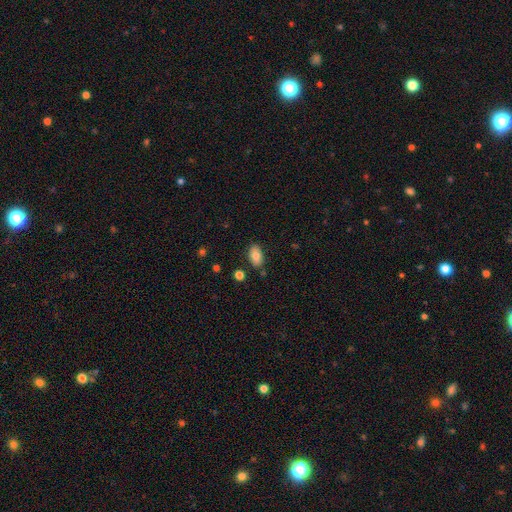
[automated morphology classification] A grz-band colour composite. It shows a smooth galaxy with no disk features (80%) that is in between round and cigar-shaped (92%). Merging: none (83%).